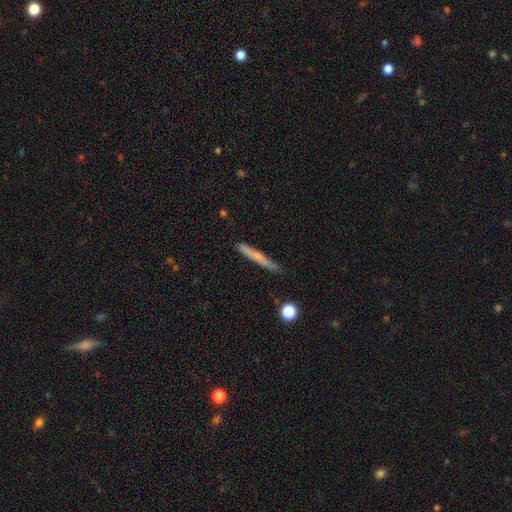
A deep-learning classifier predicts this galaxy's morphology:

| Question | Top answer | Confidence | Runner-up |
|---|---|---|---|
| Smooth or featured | smooth | 52% | featured or disk (40%) |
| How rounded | cigar-shaped | 95% | in between (3%) |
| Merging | none | 81% | minor disturbance (14%) |